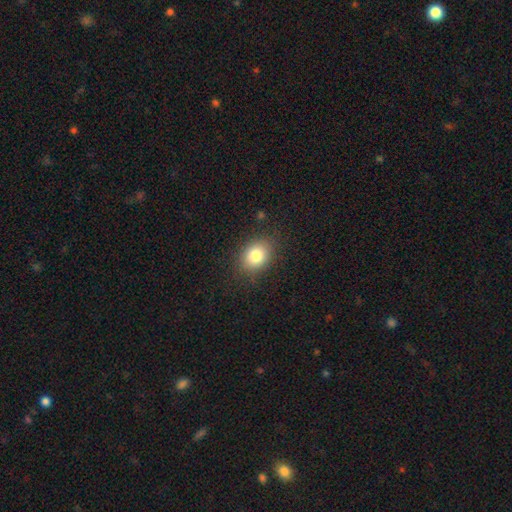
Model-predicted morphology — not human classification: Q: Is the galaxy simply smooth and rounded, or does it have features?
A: smooth — 81%.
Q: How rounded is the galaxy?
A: in between — 60%.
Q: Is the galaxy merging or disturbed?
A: none — 83%.